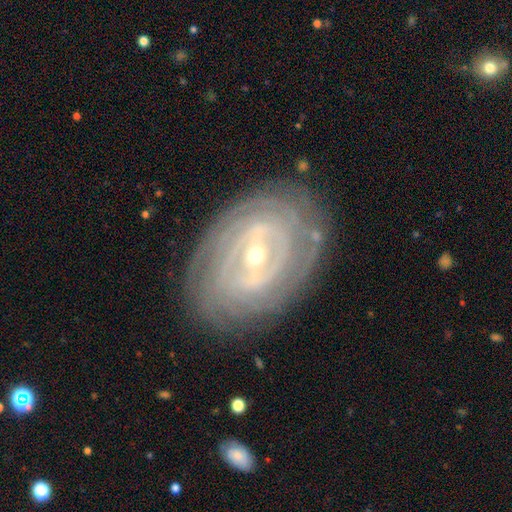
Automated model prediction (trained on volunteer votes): featured or disk 86%, smooth 9%, star or artifact 5%. Down the decision tree: edge-on disk — no (95%); bar — weak (41%); spiral arms — yes (89%); spiral arm count — can't tell (44%); spiral winding — tight (82%); bulge size — small (63%); merging — none (82%).